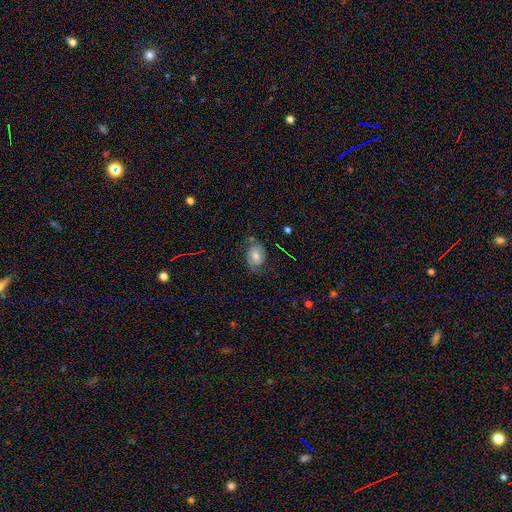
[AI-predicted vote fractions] This is possibly a featured or disk galaxy (51%). It is clearly not viewed edge-on (96%). Merging: likely none (65%).